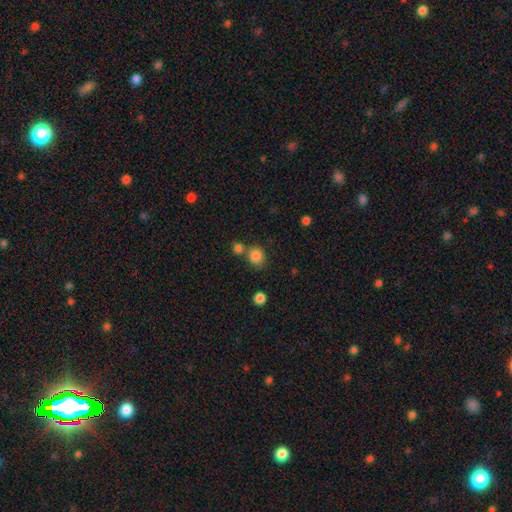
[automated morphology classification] Smooth or featured? smooth (83%)
How rounded? round (74%)
Merging? none (62%)